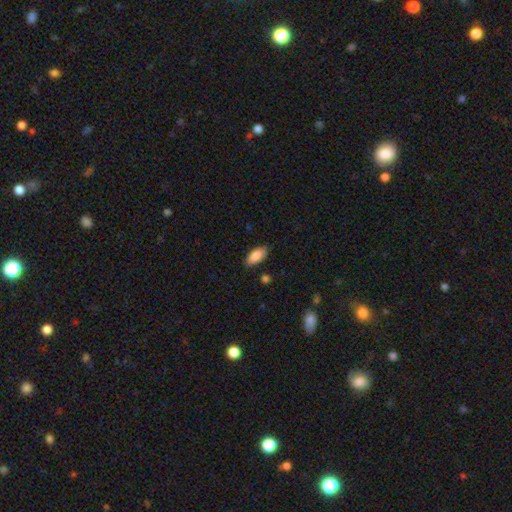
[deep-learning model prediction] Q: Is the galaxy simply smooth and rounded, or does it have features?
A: smooth — 86%.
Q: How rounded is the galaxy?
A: in between — 90%.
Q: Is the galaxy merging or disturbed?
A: none — 85%.